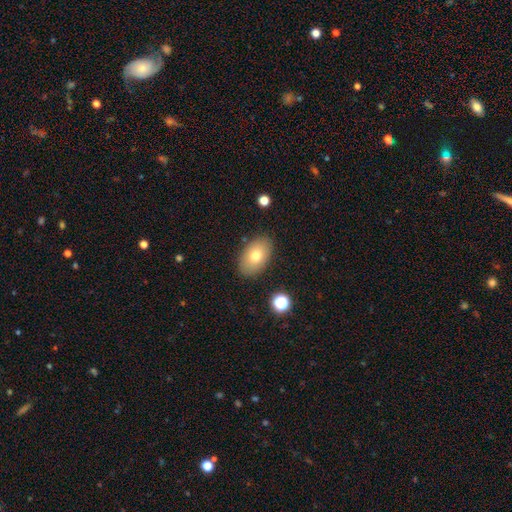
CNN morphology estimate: This appears to be a smooth galaxy with no disk features (74%) that is in between round and cigar-shaped (90%). Merging: none (85%).